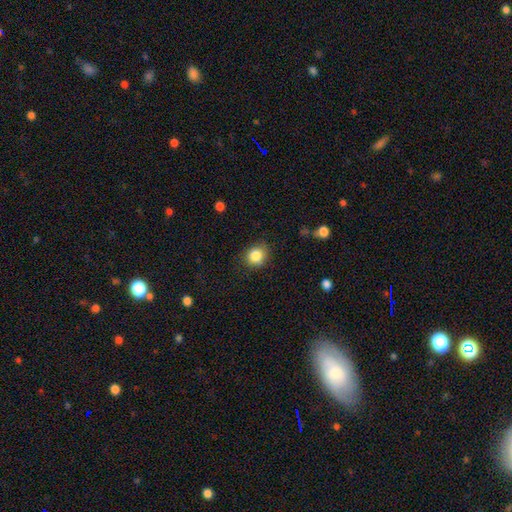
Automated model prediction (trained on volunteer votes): Smooth or featured? Predicted: smooth (p=0.85). How rounded? Predicted: round (p=0.76). Merging? Predicted: none (p=0.82).